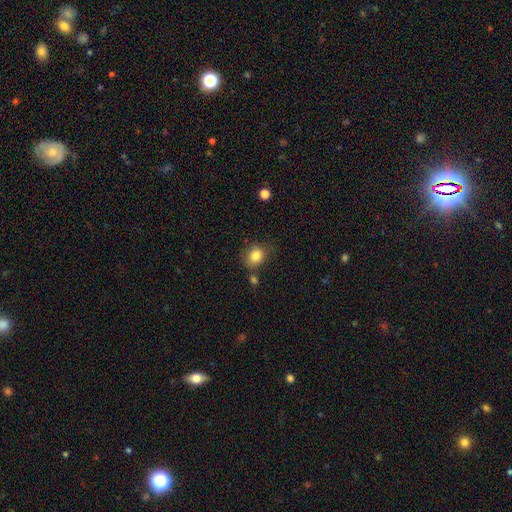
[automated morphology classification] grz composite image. It shows a smooth galaxy with no disk features (83%) that is round (59%). Merging: none (68%).